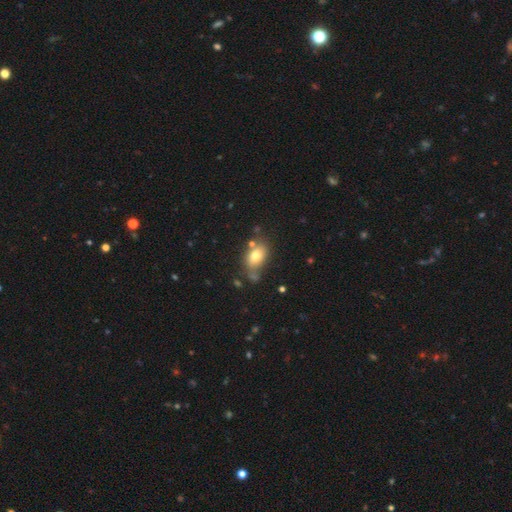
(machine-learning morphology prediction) smooth 75%, featured or disk 15%, star or artifact 10%. Down the decision tree: how rounded — in between (82%); merging — none (61%).